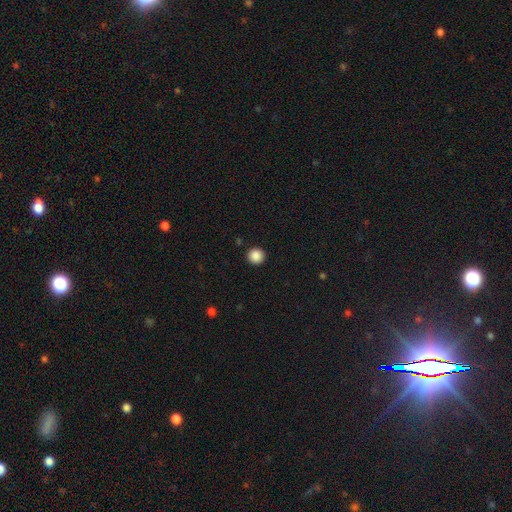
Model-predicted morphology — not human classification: This is clearly a smooth galaxy (88%). How rounded: clearly round (95%). Merging: clearly none (93%).